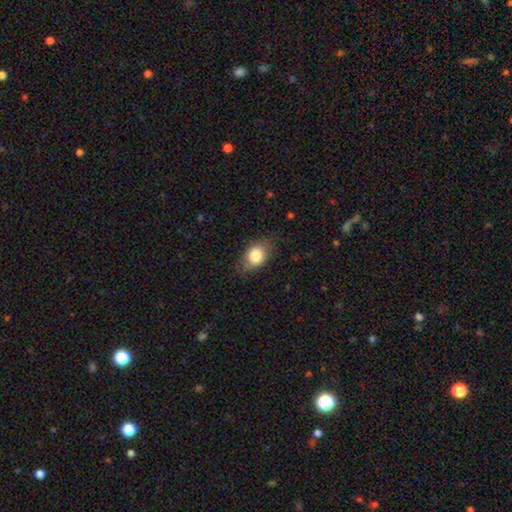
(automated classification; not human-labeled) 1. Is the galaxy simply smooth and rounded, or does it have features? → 80% smooth, 13% featured or disk, 8% star or artifact.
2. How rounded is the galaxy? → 76% in between, 21% round, 2% cigar-shaped.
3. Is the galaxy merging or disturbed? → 72% none, 21% minor disturbance, 6% major disturbance, 1% merger.